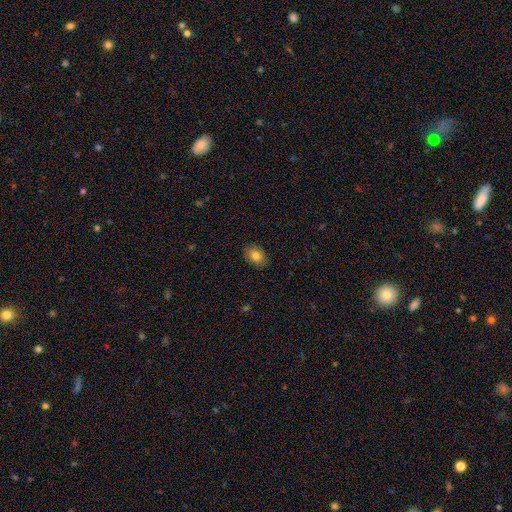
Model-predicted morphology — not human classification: Smooth or featured: smooth — 80% (featured or disk — 11%)
How rounded: in between — 75% (round — 24%)
Merging: none — 88% (minor disturbance — 9%)